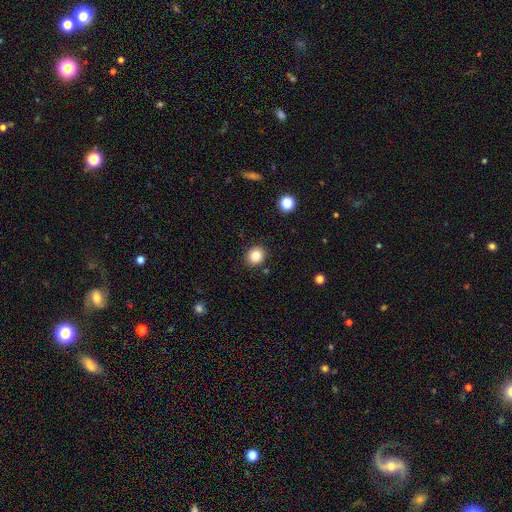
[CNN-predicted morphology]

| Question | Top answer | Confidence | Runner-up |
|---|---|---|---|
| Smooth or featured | smooth | 83% | star or artifact (11%) |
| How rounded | round | 75% | in between (24%) |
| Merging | none | 89% | minor disturbance (7%) |